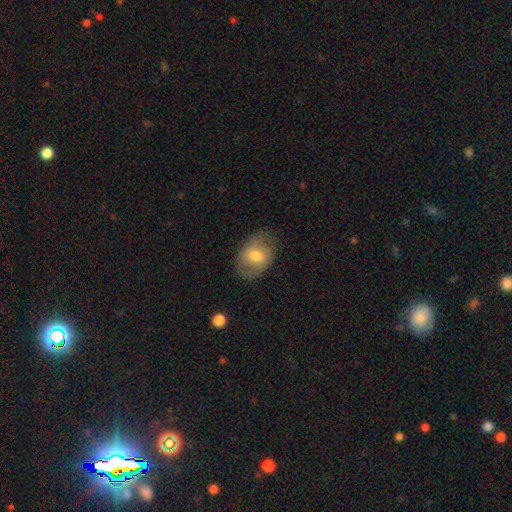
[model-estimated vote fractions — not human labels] This appears to be a smooth galaxy with no disk features (47%). Merging: none (75%).